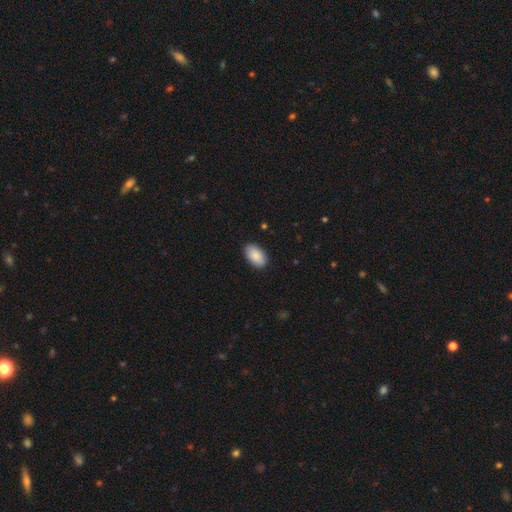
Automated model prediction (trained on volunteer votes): smooth-or-featured: smooth: 89% | star or artifact: 6% | featured or disk: 5%
  how-rounded: in between: 95% | round: 4% | cigar-shaped: 1%
  merging: none: 88% | minor disturbance: 9% | major disturbance: 2% | merger: 1%